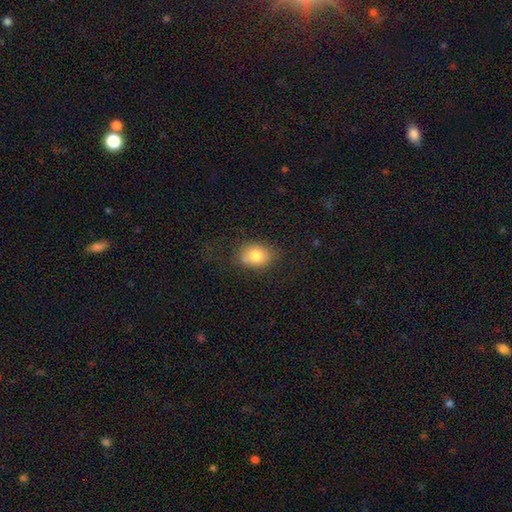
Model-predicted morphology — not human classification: smooth-or-featured: smooth: 80% | featured or disk: 11% | star or artifact: 9%
  how-rounded: in between: 60% | round: 39% | cigar-shaped: 1%
  merging: none: 72% | minor disturbance: 19% | major disturbance: 6% | merger: 3%